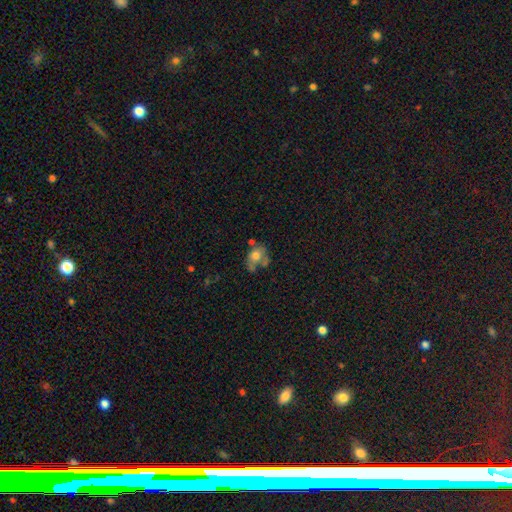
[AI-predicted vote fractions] smooth 62%, featured or disk 28%, star or artifact 10%. Down the decision tree: how rounded — in between (56%); merging — none (33%).